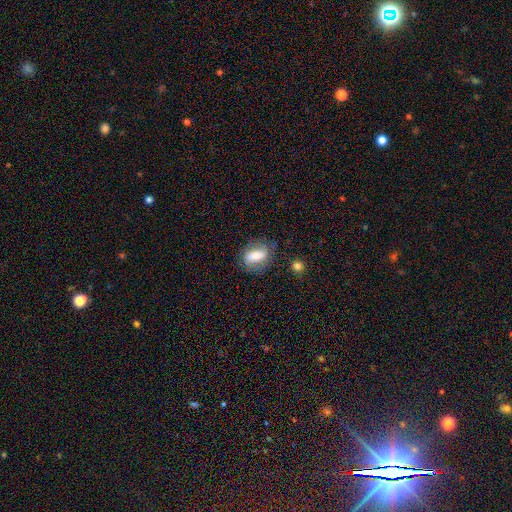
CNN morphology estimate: smooth-or-featured: smooth: 59% | featured or disk: 33% | star or artifact: 8%
  how-rounded: in between: 74% | round: 15% | cigar-shaped: 11%
  merging: none: 71% | minor disturbance: 19% | major disturbance: 8% | merger: 2%